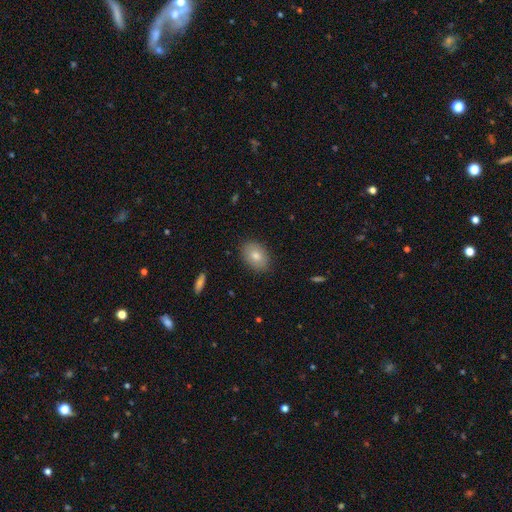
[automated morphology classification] A smooth galaxy with no disk features (79%) that is in between round and cigar-shaped (81%).

Vote fractions:
- Smooth or featured? smooth: 79% / featured or disk: 12% / star or artifact: 9%
- How rounded? in between: 81% / round: 18% / cigar-shaped: 1%
- Merging? none: 88% / minor disturbance: 9% / major disturbance: 2% / merger: 1%